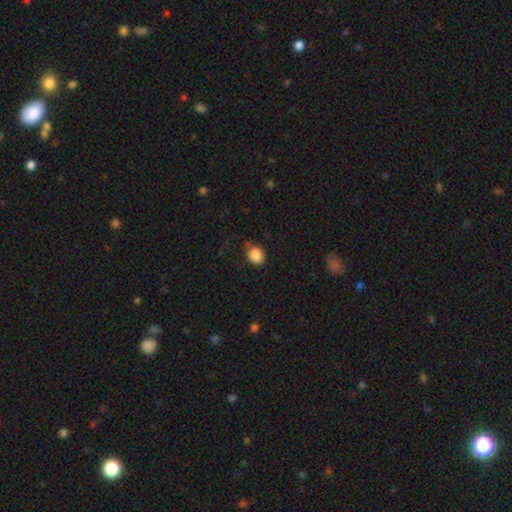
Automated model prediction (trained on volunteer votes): smooth_or_featured: smooth (p=0.87) [alt: star or artifact p=0.09]
how_rounded: round (p=0.65) [alt: in between p=0.34]
merging: none (p=0.74) [alt: minor disturbance p=0.19]